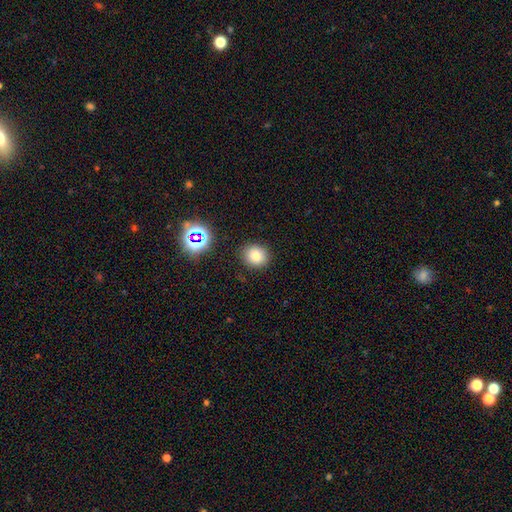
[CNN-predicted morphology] Smooth or featured: smooth — 78% (star or artifact — 15%)
How rounded: round — 78% (in between — 21%)
Merging: none — 87% (minor disturbance — 8%)